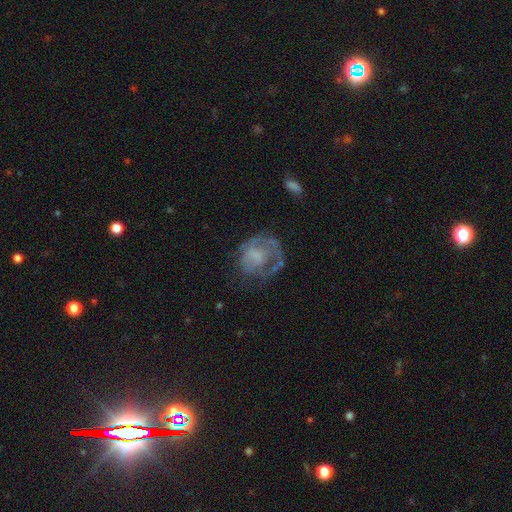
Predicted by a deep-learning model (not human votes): Smooth or featured?
  - featured or disk: 56% *
  - smooth: 34%
  - star or artifact: 10%
Edge-on disk?
  - no: 98% *
  - yes: 2%
Bar?
  - no: 69% *
  - weak: 26%
  - strong: 5%
Spiral arms?
  - no: 55% *
  - yes: 45%
Bulge size?
  - none: 47% *
  - moderate: 22%
  - small: 21%
  - large: 8%
  - dominant: 2%
Merging?
  - none: 40% *
  - major disturbance: 34%
  - minor disturbance: 22%
  - merger: 3%